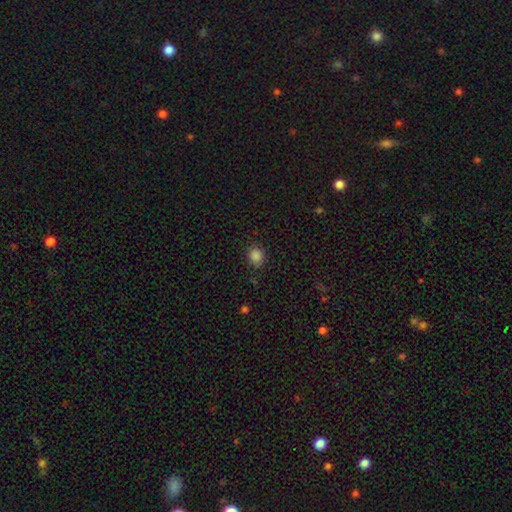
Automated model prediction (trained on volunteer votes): Smooth or featured? Predicted: smooth (p=0.85). How rounded? Predicted: round (p=0.81). Merging? Predicted: none (p=0.86).